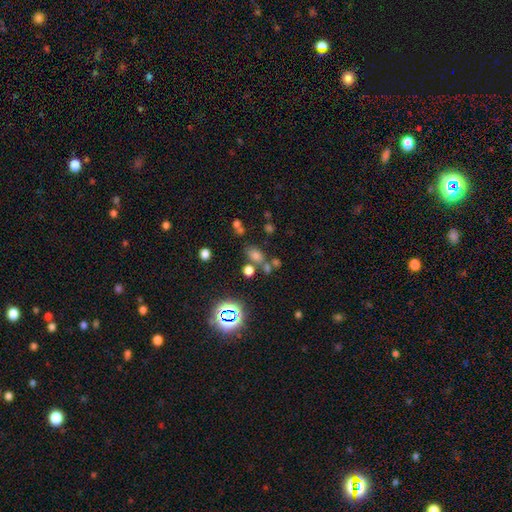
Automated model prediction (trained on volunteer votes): Overall: smooth (61%; star or artifact 29%). How rounded: in between (72%). Merging: none (60%; merger 21%).